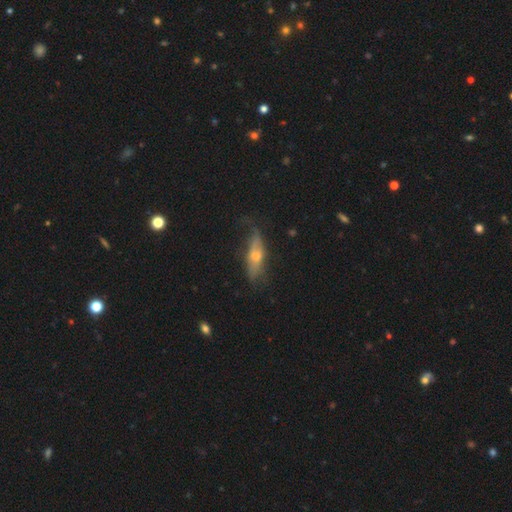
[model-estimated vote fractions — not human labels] Smooth or featured: featured or disk — 54% (smooth — 38%)
Edge-on disk: yes — 68% (no — 32%)
Merging: none — 59% (minor disturbance — 28%)